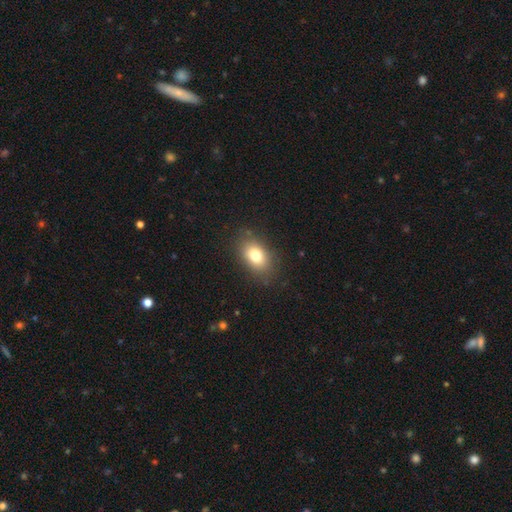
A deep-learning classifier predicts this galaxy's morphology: This appears to be a smooth galaxy with no disk features (79%) that is in between round and cigar-shaped (83%). Merging: none (82%).